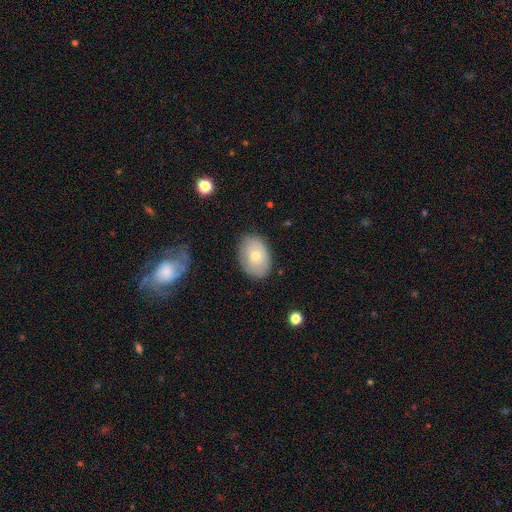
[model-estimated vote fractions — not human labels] Smooth or featured? Predicted: smooth (p=0.64). How rounded? Predicted: in between (p=0.81). Merging? Predicted: none (p=0.80).